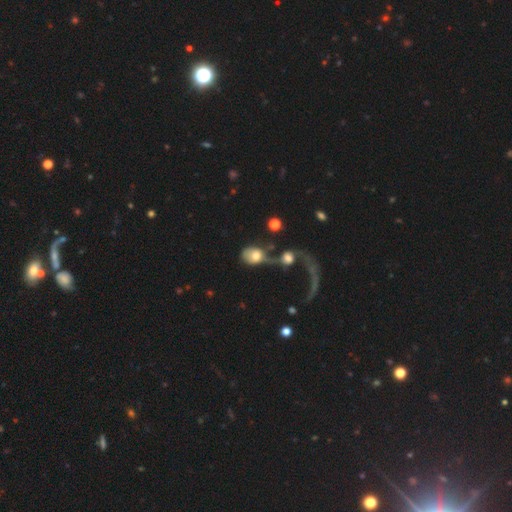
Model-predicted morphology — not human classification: A smooth galaxy with no disk features (62%) that is in between round and cigar-shaped (52%). Merging: merger (57%).